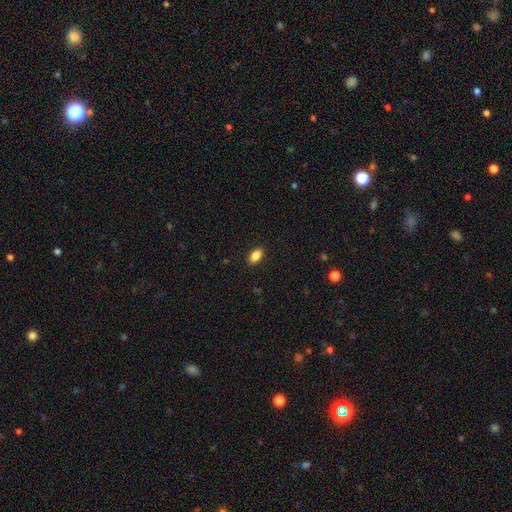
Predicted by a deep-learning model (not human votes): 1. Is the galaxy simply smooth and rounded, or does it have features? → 86% smooth, 9% star or artifact, 6% featured or disk.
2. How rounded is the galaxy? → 89% in between, 8% round, 2% cigar-shaped.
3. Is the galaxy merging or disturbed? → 89% none, 8% minor disturbance, 2% major disturbance, 1% merger.